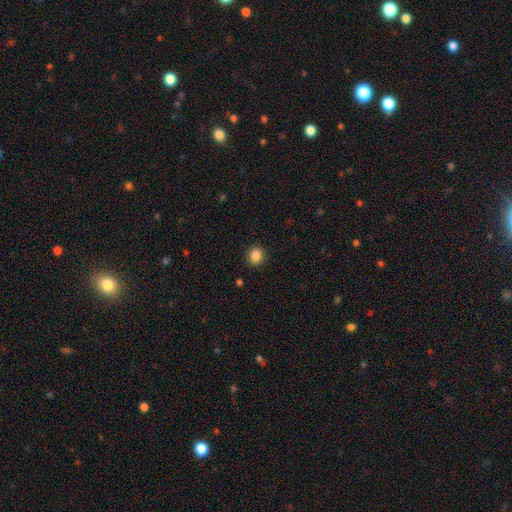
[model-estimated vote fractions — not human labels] Morphology: type=smooth (86%); roundness=round (74%); merging=none (90%).